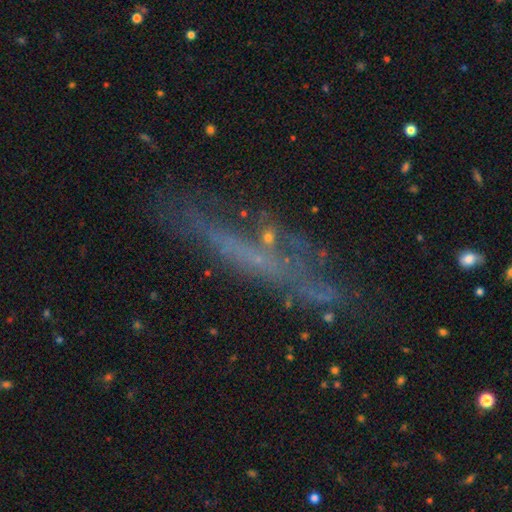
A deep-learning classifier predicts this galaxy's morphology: This is possibly a featured or disk galaxy (51%). It is likely viewed edge-on (64%). Merging: likely none (69%).